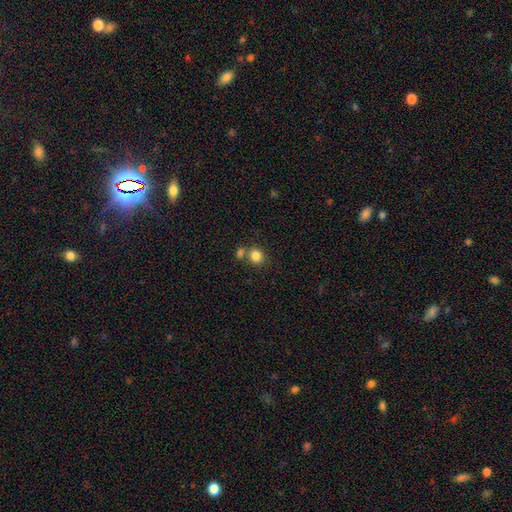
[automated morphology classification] A smooth galaxy with no disk features (84%) that is round (77%). Merging: none (60%).